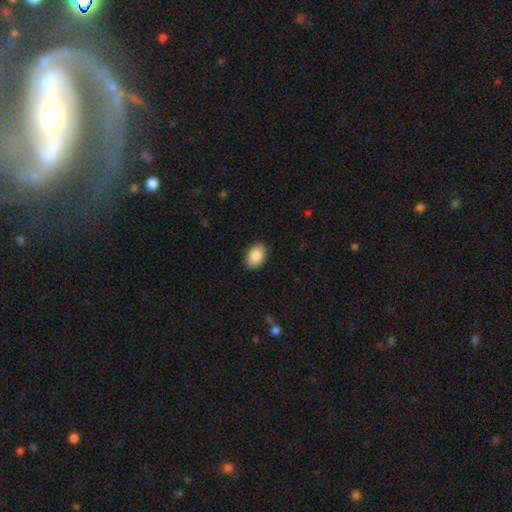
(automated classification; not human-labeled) This appears to be a smooth galaxy with no disk features (89%) that is in between round and cigar-shaped (84%). Merging: none (90%).